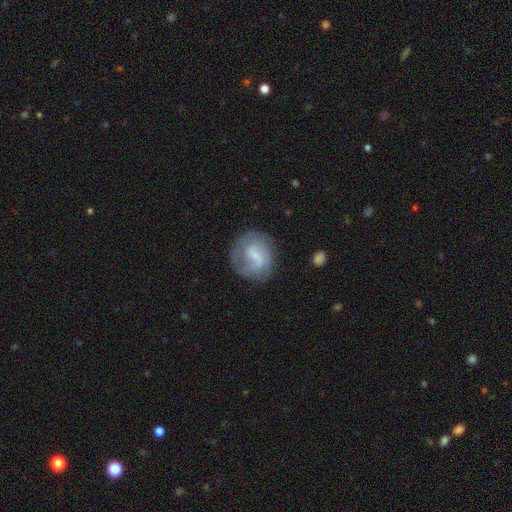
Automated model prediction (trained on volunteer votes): A featured or disk galaxy (55%) with a weak bar (50%), spiral arms (72%) and no central bulge (39%). Merging: none (62%).